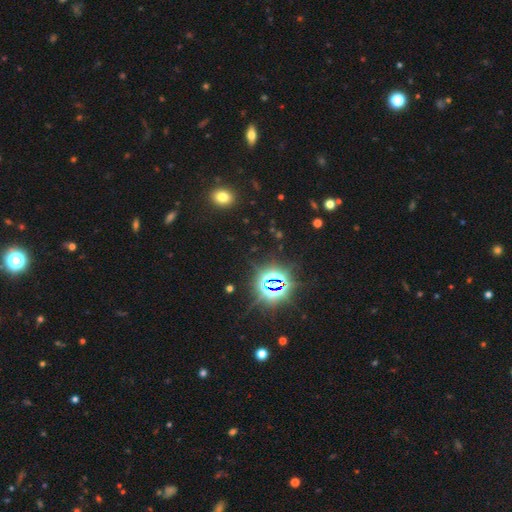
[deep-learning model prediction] star or artifact 75%, smooth 18%, featured or disk 7%.